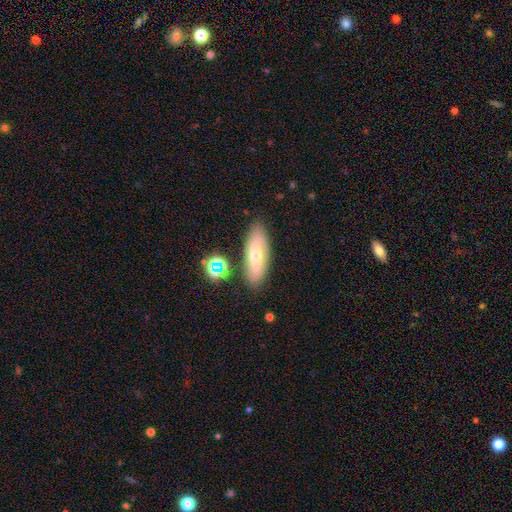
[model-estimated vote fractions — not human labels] This appears to be a smooth galaxy with no disk features (46%). Merging: none (83%).